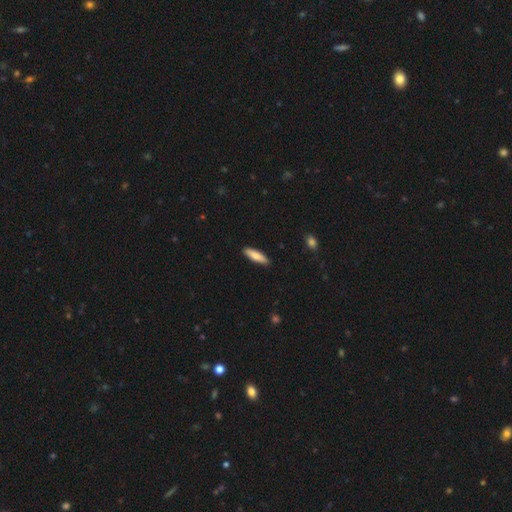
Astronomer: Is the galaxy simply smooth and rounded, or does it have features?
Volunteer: smooth — 71%.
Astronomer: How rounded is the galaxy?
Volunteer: cigar-shaped — 74%.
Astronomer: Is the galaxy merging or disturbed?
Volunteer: none — 89%.